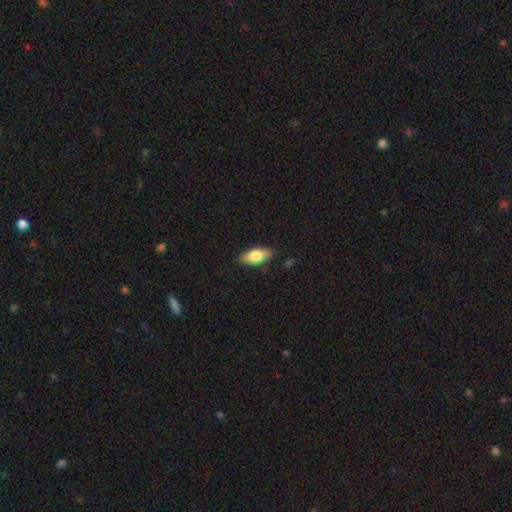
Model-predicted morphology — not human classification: A smooth galaxy with no disk features (71%) that is in between round and cigar-shaped (83%). Merging: none (86%).